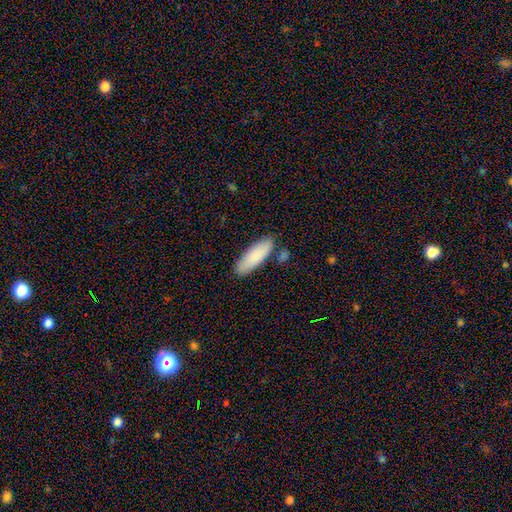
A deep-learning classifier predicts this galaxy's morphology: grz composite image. It shows a smooth galaxy with no disk features (85%) that is in between round and cigar-shaped (56%). Merging: none (81%).